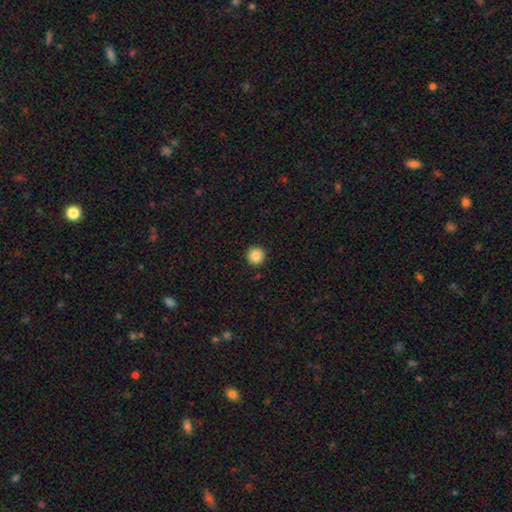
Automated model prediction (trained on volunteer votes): smooth 86%, star or artifact 10%, featured or disk 4%. Down the decision tree: how rounded — round (96%); merging — none (93%).